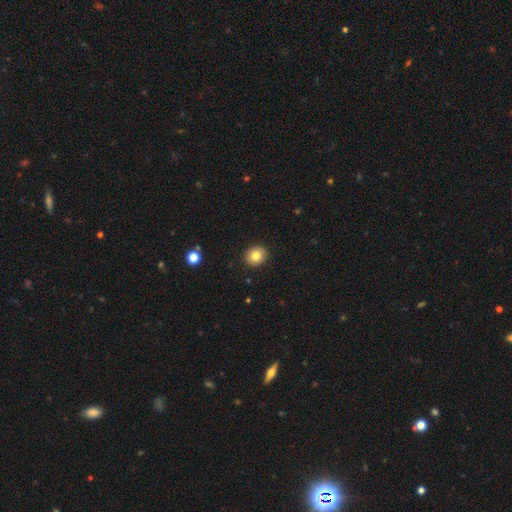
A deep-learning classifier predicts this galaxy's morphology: Q: Smooth or featured?
A: smooth (82%); runner-up: star or artifact (10%)
Q: How rounded?
A: round (72%); runner-up: in between (27%)
Q: Merging?
A: none (92%); runner-up: minor disturbance (6%)